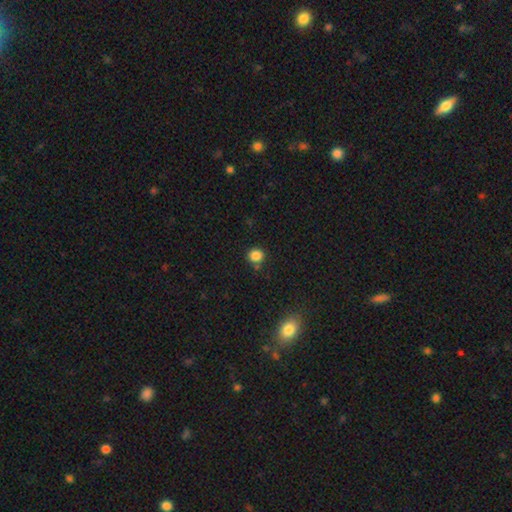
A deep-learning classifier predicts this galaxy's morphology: This is clearly a smooth galaxy (84%). How rounded: clearly round (87%). Merging: clearly none (81%).